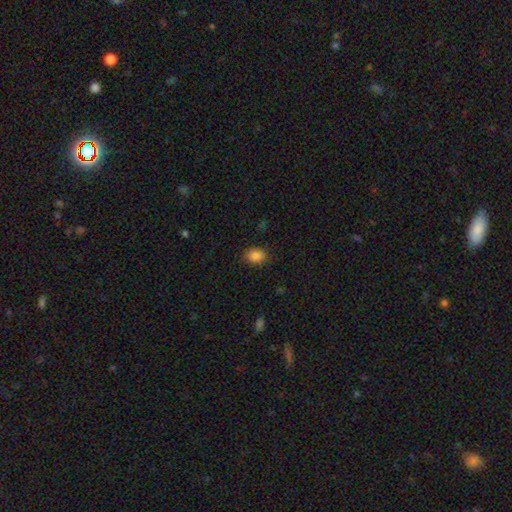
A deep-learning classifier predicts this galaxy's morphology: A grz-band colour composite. It shows a smooth galaxy with no disk features (86%) that is in between round and cigar-shaped (56%). Merging: none (85%).